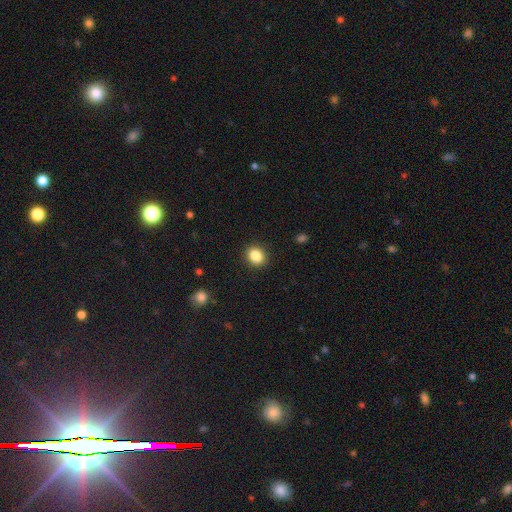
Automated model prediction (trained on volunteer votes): The model was most divided on "how rounded": round: 61%, in between: 38%, cigar-shaped: 1%. More confident: merging — none (90%); smooth or featured — smooth (86%).